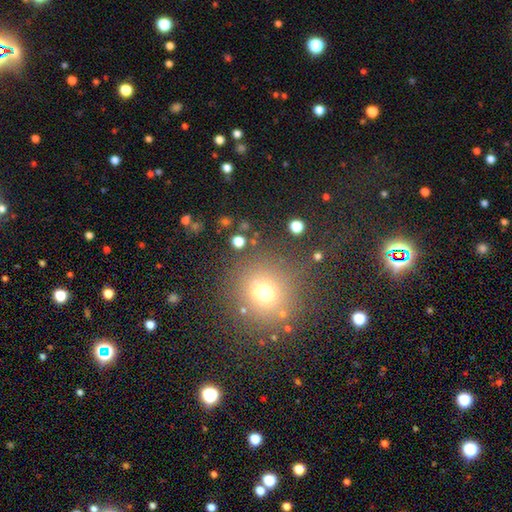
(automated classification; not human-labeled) Morphology: type=smooth (53%); roundness=round (90%); merging=none (81%).